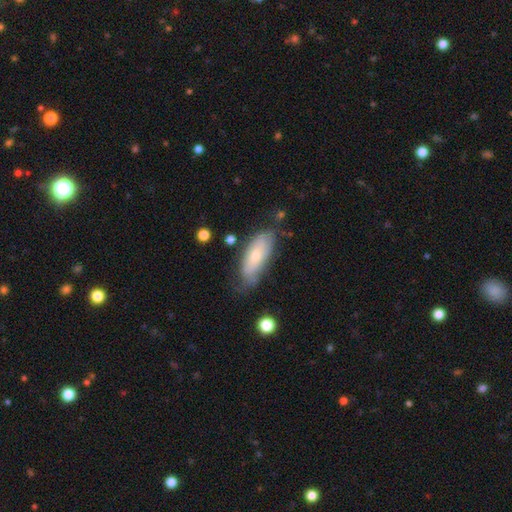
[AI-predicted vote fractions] Smooth or featured? Predicted: smooth (p=0.54). How rounded? Predicted: in between (p=0.75). Merging? Predicted: none (p=0.59).